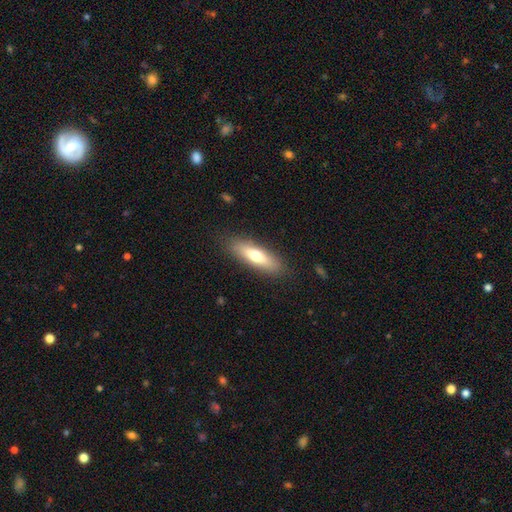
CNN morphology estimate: This is likely a smooth galaxy (65%). How rounded: possibly cigar-shaped (58%). Merging: clearly none (87%).